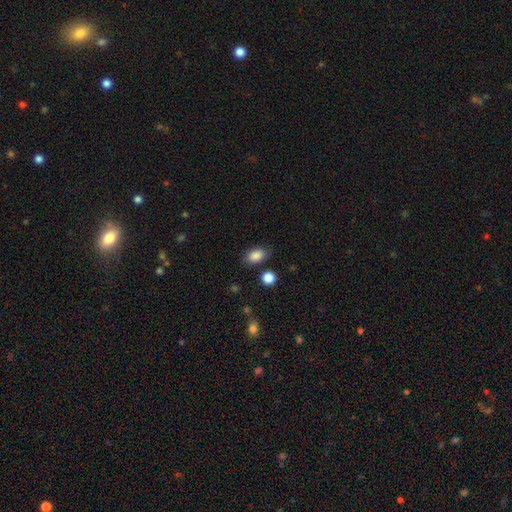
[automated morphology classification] This appears to be a smooth galaxy with no disk features (86%) that is in between round and cigar-shaped (84%). Merging: none (77%).